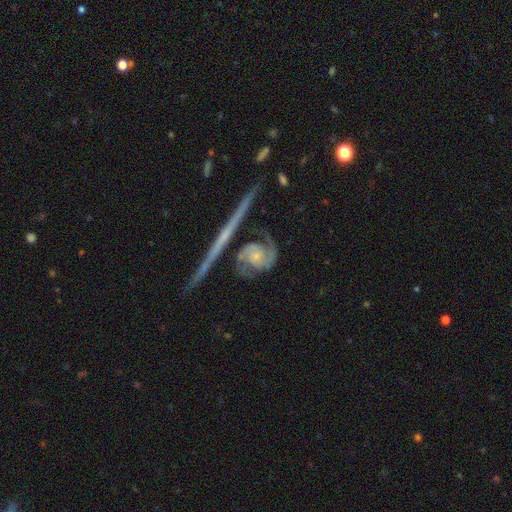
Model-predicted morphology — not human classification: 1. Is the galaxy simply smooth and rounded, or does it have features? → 87% featured or disk, 8% smooth, 5% star or artifact.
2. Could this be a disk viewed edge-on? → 96% no, 4% yes.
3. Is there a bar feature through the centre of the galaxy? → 71% no, 22% weak, 8% strong.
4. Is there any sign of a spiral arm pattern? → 97% yes, 3% no.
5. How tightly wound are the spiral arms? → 49% medium, 35% tight, 16% loose.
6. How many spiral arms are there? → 89% 2, 4% can't tell, 3% 3, 2% 1, 1% 4, 1% more than 4.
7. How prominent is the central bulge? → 57% small, 30% moderate, 9% none, 3% large, 1% dominant.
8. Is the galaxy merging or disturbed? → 65% none, 17% minor disturbance, 10% major disturbance, 8% merger.